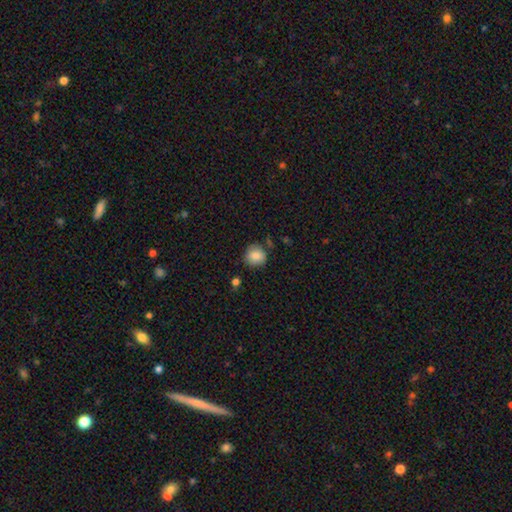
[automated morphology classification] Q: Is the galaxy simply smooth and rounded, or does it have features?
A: smooth — 84%.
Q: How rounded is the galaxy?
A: round — 90%.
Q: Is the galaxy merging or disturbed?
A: none — 79%.